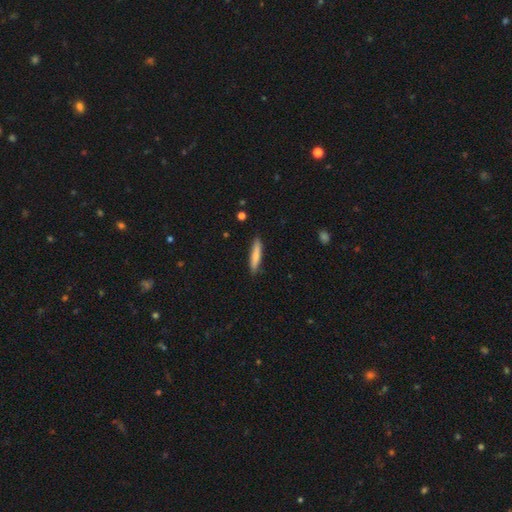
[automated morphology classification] Smooth or featured: smooth — 74% (featured or disk — 20%)
How rounded: cigar-shaped — 86% (in between — 12%)
Merging: none — 86% (minor disturbance — 11%)